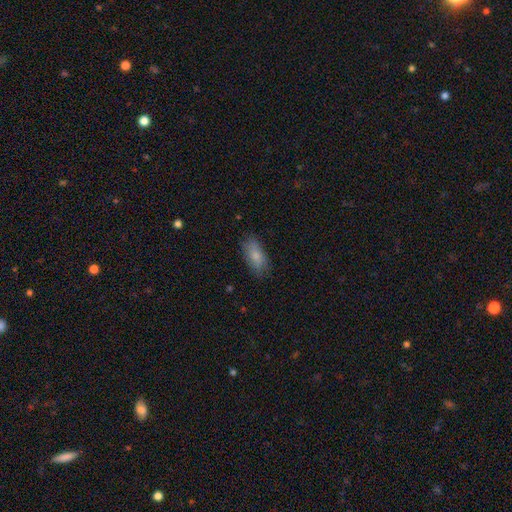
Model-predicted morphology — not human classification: A smooth galaxy with no disk features (82%) that is in between round and cigar-shaped (87%).

Vote fractions:
- Smooth or featured? smooth: 82% / featured or disk: 11% / star or artifact: 6%
- How rounded? in between: 87% / cigar-shaped: 10% / round: 3%
- Merging? none: 80% / minor disturbance: 15% / major disturbance: 3% / merger: 1%